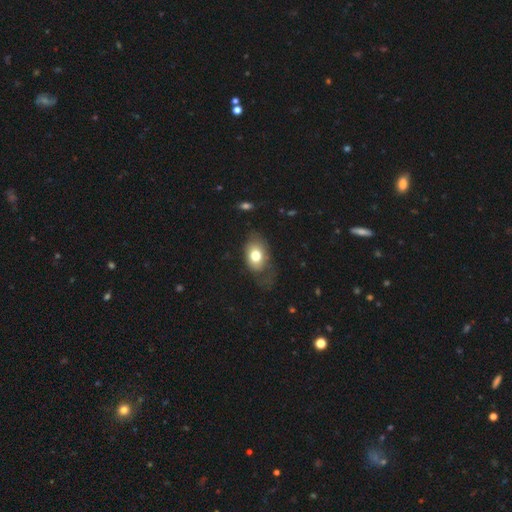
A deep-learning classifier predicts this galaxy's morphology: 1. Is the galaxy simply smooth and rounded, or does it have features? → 71% smooth, 20% featured or disk, 8% star or artifact.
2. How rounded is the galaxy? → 81% in between, 18% round, 1% cigar-shaped.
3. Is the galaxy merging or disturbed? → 46% none, 29% minor disturbance, 23% major disturbance, 2% merger.